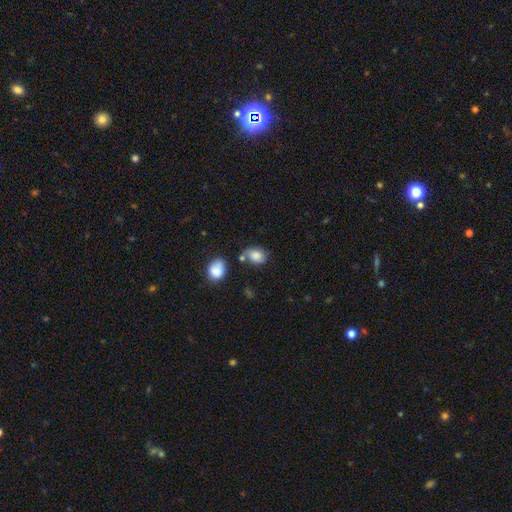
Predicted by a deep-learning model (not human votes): A smooth galaxy with no disk features (83%) that is in between round and cigar-shaped (70%). Merging: none (56%).